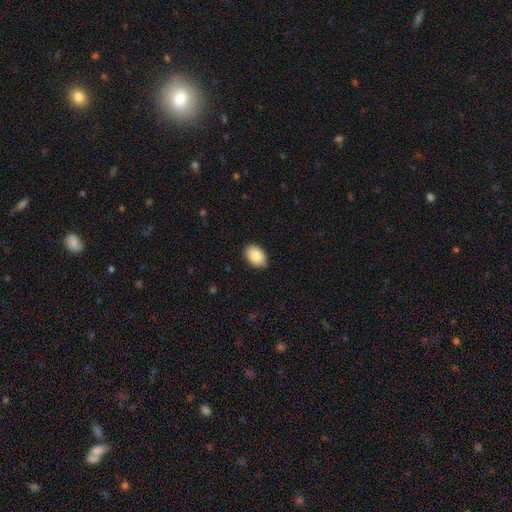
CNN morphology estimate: smooth_or_featured: smooth (p=0.87) [alt: star or artifact p=0.06]
how_rounded: in between (p=0.89) [alt: round p=0.10]
merging: none (p=0.89) [alt: minor disturbance p=0.09]